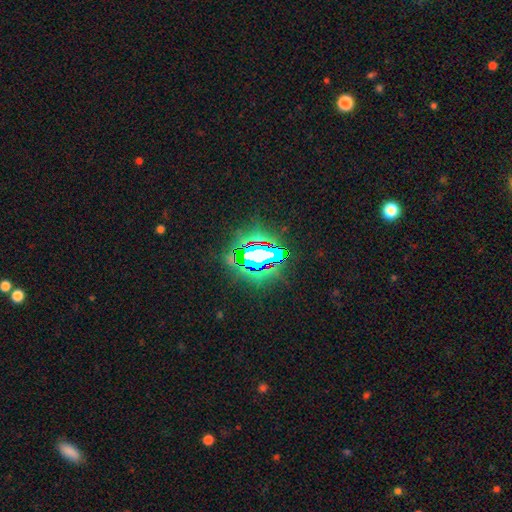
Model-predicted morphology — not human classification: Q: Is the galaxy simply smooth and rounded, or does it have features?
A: star or artifact — 79%.